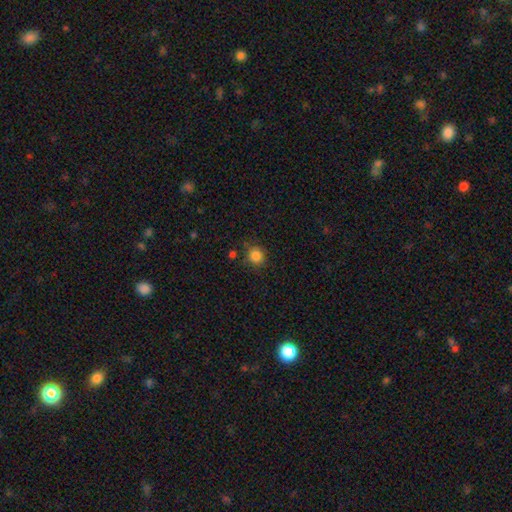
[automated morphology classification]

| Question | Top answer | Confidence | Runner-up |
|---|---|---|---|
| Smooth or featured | smooth | 85% | star or artifact (11%) |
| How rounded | round | 89% | in between (10%) |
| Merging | none | 81% | minor disturbance (12%) |